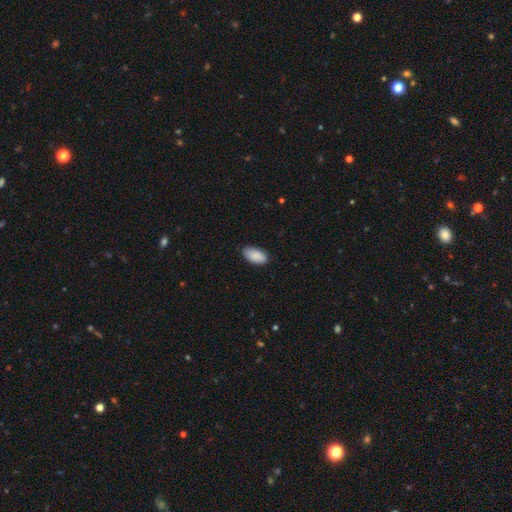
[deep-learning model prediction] The model was most divided on "merging": none: 86%, minor disturbance: 11%, major disturbance: 2%, merger: 1%. More confident: how rounded — in between (95%); smooth or featured — smooth (90%).